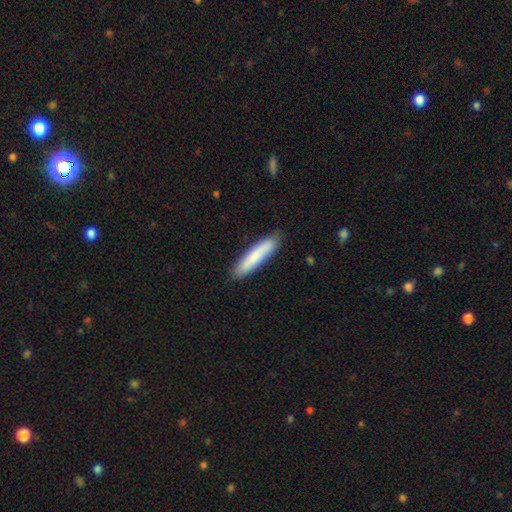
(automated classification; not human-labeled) Smooth or featured? Predicted: smooth (p=0.81). How rounded? Predicted: cigar-shaped (p=0.86). Merging? Predicted: none (p=0.87).